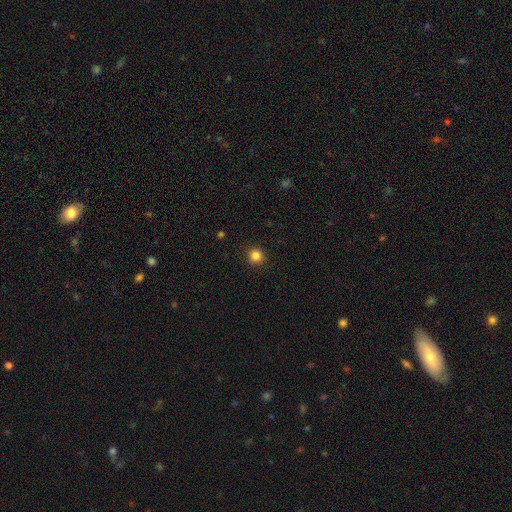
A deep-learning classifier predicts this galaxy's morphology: Smooth or featured? smooth (84%)
How rounded? round (93%)
Merging? none (90%)